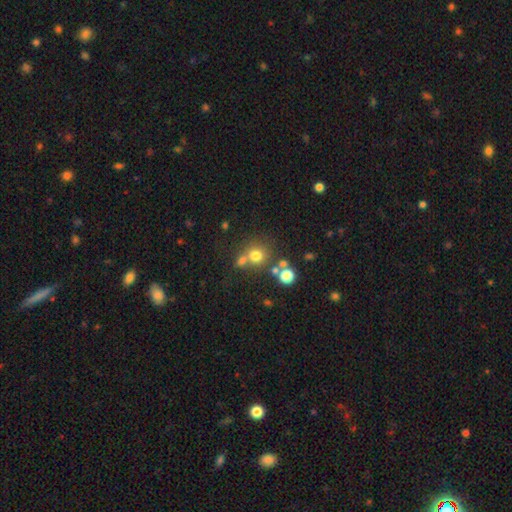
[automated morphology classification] smooth 71%, star or artifact 17%, featured or disk 12%. Down the decision tree: how rounded — round (87%); merging — none (56%).